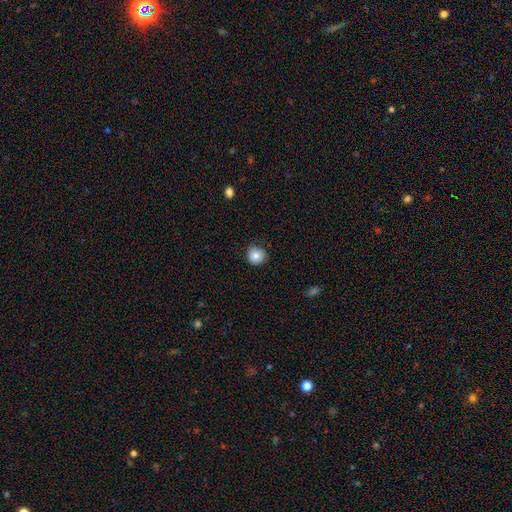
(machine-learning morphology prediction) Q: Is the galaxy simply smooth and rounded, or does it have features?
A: smooth — 81%.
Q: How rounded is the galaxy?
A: round — 91%.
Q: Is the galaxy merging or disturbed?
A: none — 78%.